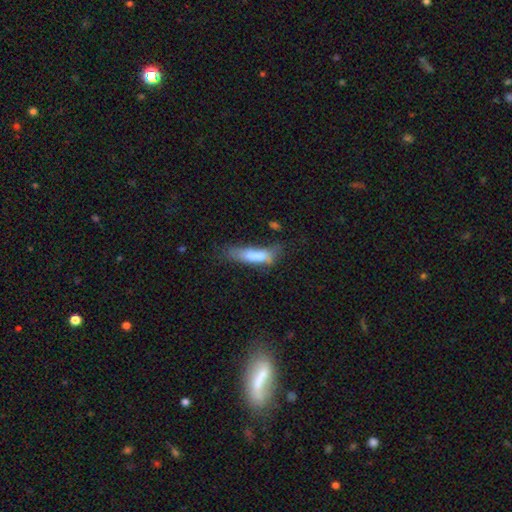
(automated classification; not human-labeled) Smooth or featured: smooth — 66% (featured or disk — 25%)
How rounded: cigar-shaped — 59% (in between — 39%)
Merging: none — 31% (major disturbance — 27%)